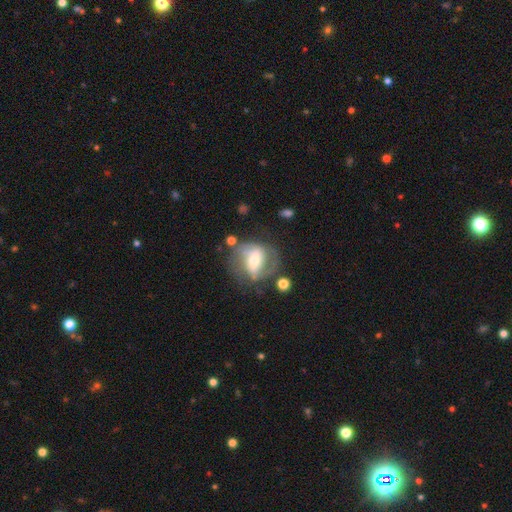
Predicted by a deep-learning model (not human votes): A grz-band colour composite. It shows a featured or disk galaxy (69%) with a strong bar (39%), 2 (73%) medium (44%) spiral arms (76%) and a moderate central bulge (54%). Merging: none (59%).